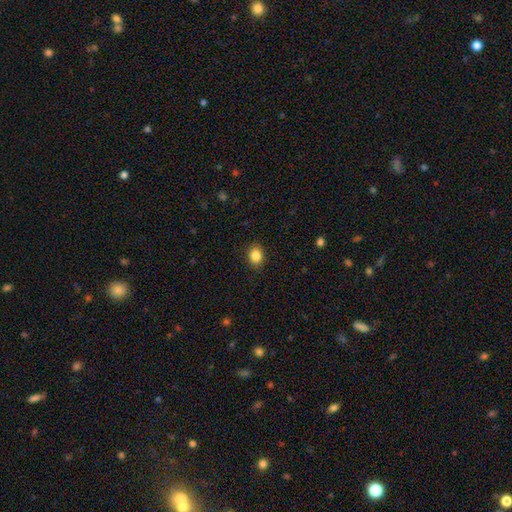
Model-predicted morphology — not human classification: Smooth or featured?
  - smooth: 86% *
  - star or artifact: 9%
  - featured or disk: 5%
How rounded?
  - in between: 55% *
  - round: 45%
  - cigar-shaped: 1%
Merging?
  - none: 89% *
  - minor disturbance: 8%
  - major disturbance: 2%
  - merger: 1%